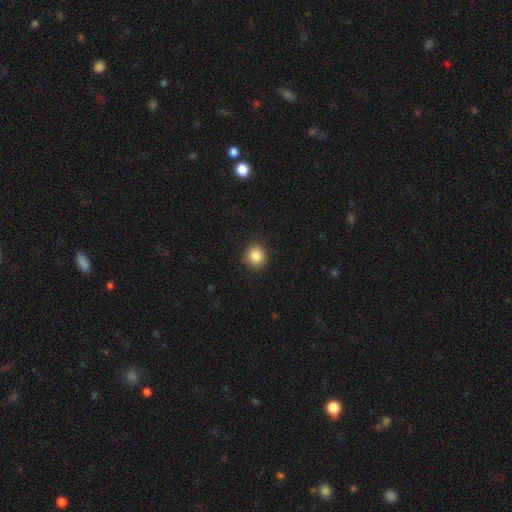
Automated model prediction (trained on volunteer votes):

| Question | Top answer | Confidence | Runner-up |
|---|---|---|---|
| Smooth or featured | smooth | 85% | star or artifact (10%) |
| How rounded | round | 85% | in between (14%) |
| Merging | none | 90% | minor disturbance (7%) |